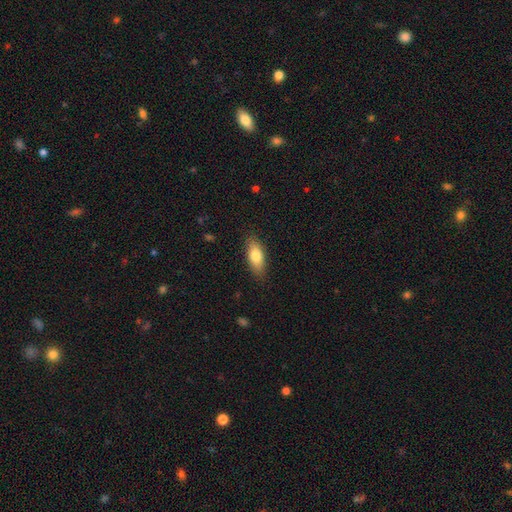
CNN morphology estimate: This is likely a smooth galaxy (77%). How rounded: likely in between (79%). Merging: clearly none (85%).